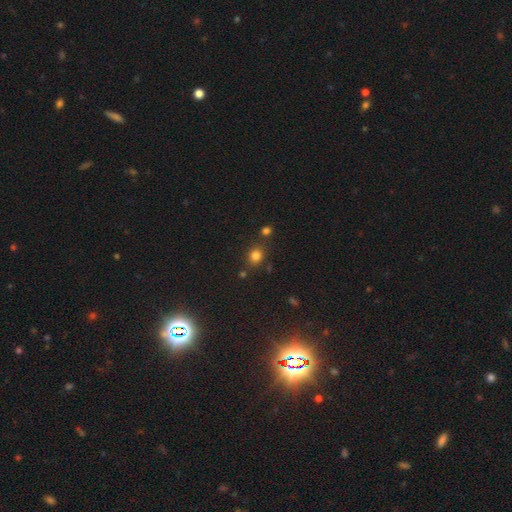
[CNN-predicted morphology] smooth_or_featured: smooth (p=0.78) [alt: star or artifact p=0.16]
how_rounded: round (p=0.72) [alt: in between p=0.27]
merging: none (p=0.76) [alt: minor disturbance p=0.11]